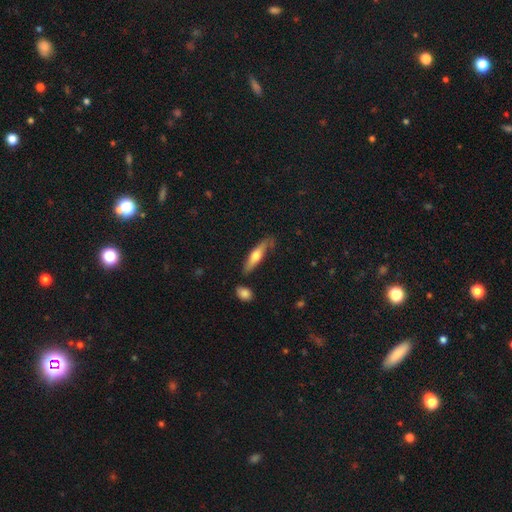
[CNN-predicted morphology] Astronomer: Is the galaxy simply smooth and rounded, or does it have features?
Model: smooth — 55% (runner-up: featured or disk, 40%).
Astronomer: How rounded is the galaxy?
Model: cigar-shaped — 78%.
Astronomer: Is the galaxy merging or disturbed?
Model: none — 71%.